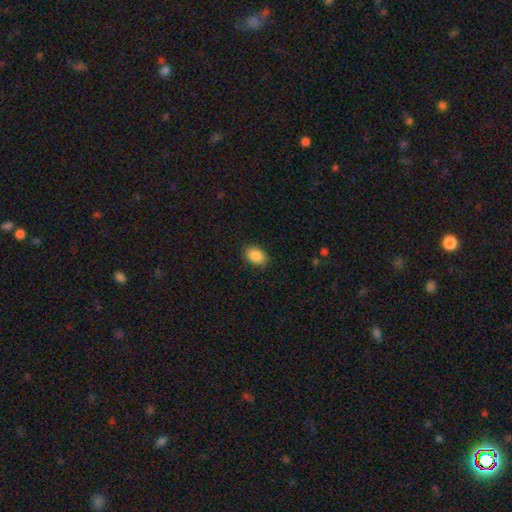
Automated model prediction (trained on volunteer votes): Q: Smooth or featured?
A: smooth (88%); runner-up: star or artifact (8%)
Q: How rounded?
A: in between (77%); runner-up: round (22%)
Q: Merging?
A: none (87%); runner-up: minor disturbance (10%)